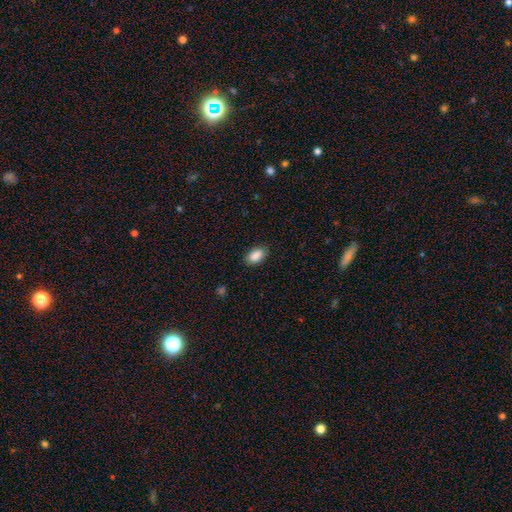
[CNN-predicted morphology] This appears to be a smooth galaxy with no disk features (89%) that is in between round and cigar-shaped (92%). Merging: none (86%).